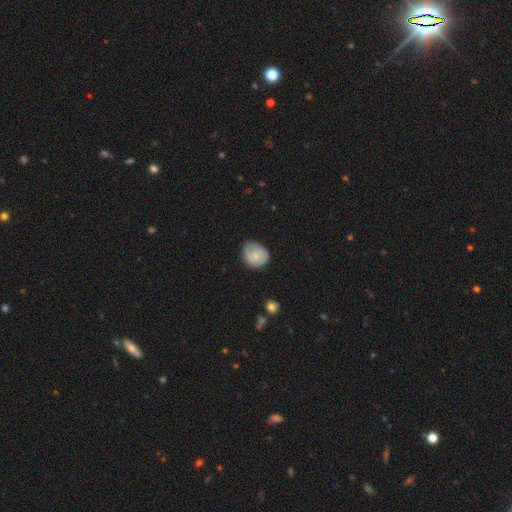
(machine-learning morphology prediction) The model was most divided on "smooth or featured": smooth: 52%, featured or disk: 41%, star or artifact: 7%. More confident: merging — none (69%); how rounded — round (65%).